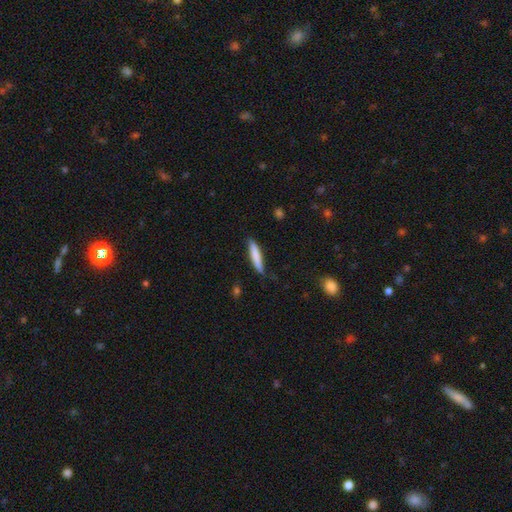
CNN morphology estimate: This appears to be a smooth galaxy with no disk features (78%) that is cigar-shaped (90%). Merging: none (78%).